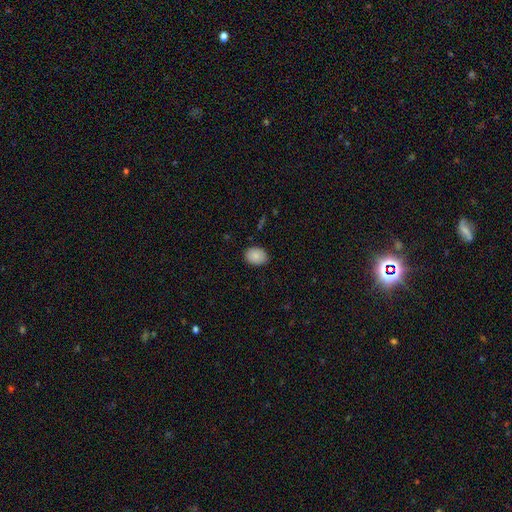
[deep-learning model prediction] Morphology: type=smooth (87%); roundness=in between (66%); merging=none (85%).